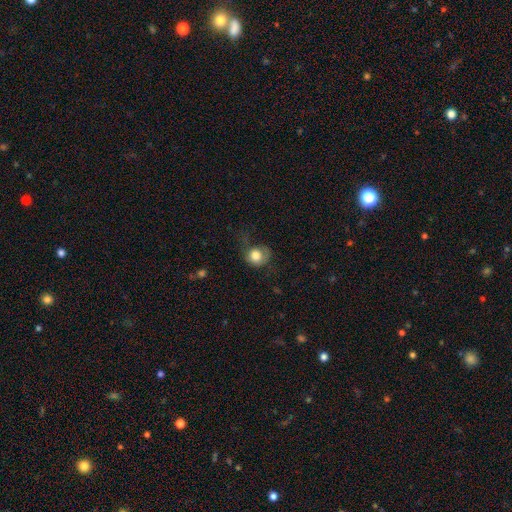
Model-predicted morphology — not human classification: Smooth or featured? Predicted: smooth (p=0.79). How rounded? Predicted: round (p=0.78). Merging? Predicted: none (p=0.42).